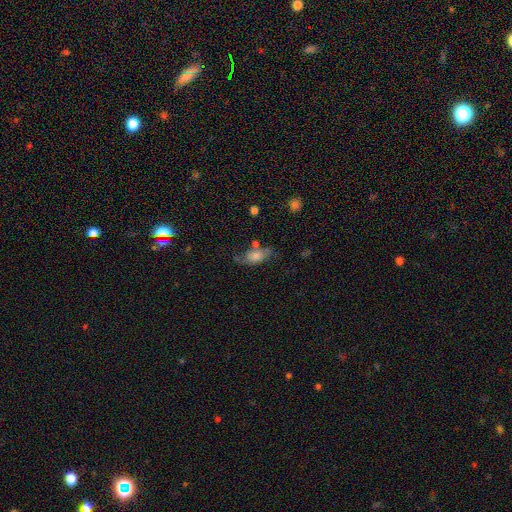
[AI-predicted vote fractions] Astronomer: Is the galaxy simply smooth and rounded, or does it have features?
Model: smooth — 65%.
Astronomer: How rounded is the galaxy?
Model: in between — 84%.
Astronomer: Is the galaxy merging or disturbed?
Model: none — 48% (runner-up: minor disturbance, 27%).